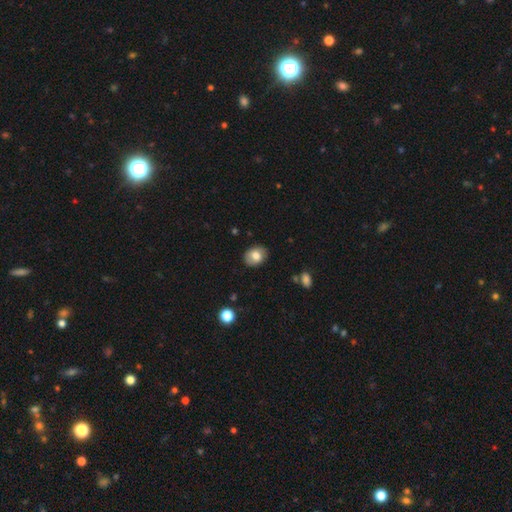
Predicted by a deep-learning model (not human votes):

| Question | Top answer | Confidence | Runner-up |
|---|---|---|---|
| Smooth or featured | smooth | 76% | featured or disk (16%) |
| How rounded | in between | 65% | round (34%) |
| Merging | none | 86% | minor disturbance (11%) |